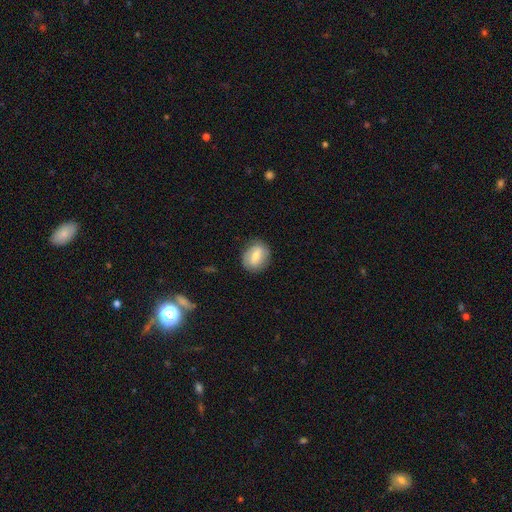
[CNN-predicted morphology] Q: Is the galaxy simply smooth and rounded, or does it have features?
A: smooth — 57%.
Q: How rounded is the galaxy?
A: round — 49%, tied with in between.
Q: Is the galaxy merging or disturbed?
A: none — 83%.